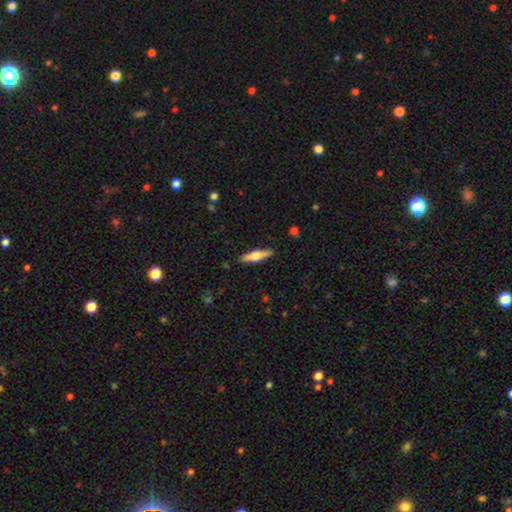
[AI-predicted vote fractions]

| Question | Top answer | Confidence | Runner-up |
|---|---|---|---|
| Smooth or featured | featured or disk | 52% | smooth (43%) |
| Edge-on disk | yes | 95% | no (5%) |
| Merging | none | 89% | minor disturbance (8%) |